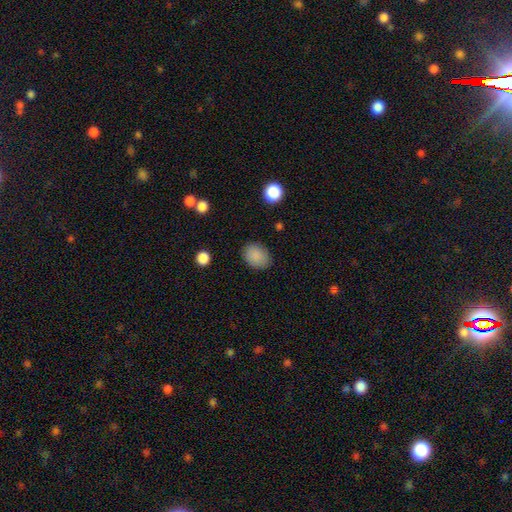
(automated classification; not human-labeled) smooth_or_featured: smooth (p=0.87) [alt: star or artifact p=0.08]
how_rounded: in between (p=0.59) [alt: round p=0.40]
merging: none (p=0.84) [alt: minor disturbance p=0.12]